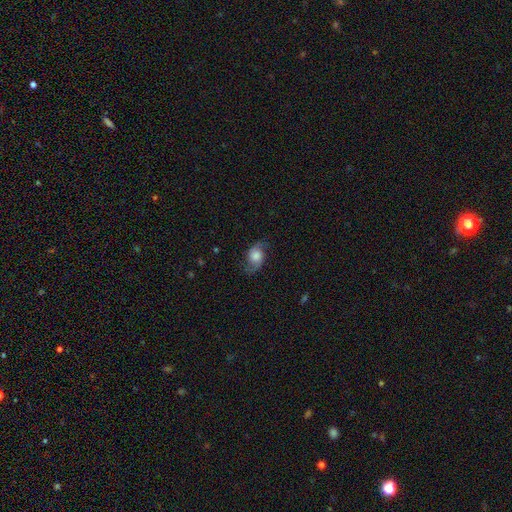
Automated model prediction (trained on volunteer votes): Smooth or featured? featured or disk (64%)
Edge-on disk? no (95%)
Bar? no (68%)
Spiral arms? yes (92%)
Spiral winding? loose (59%)
Spiral arm count? 2 (91%)
Bulge size? large (40%)
Merging? none (73%)